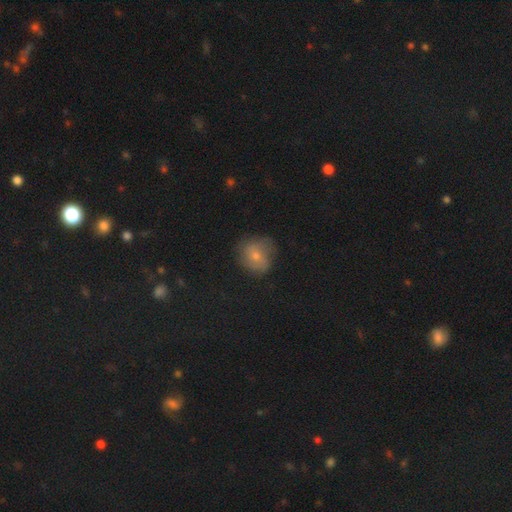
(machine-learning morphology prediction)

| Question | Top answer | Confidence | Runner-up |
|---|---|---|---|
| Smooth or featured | smooth | 59% | featured or disk (31%) |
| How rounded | round | 75% | in between (24%) |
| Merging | none | 65% | minor disturbance (24%) |